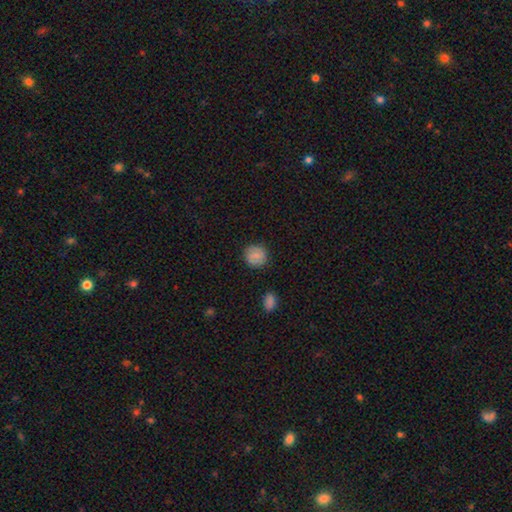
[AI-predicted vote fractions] The model was most divided on "smooth or featured": smooth: 76%, featured or disk: 16%, star or artifact: 8%. More confident: how rounded — round (89%); merging — none (87%).